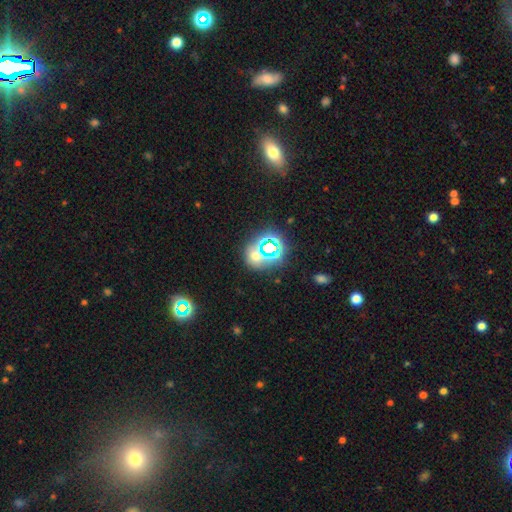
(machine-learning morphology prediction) Smooth or featured: star or artifact — 56% (smooth — 34%)